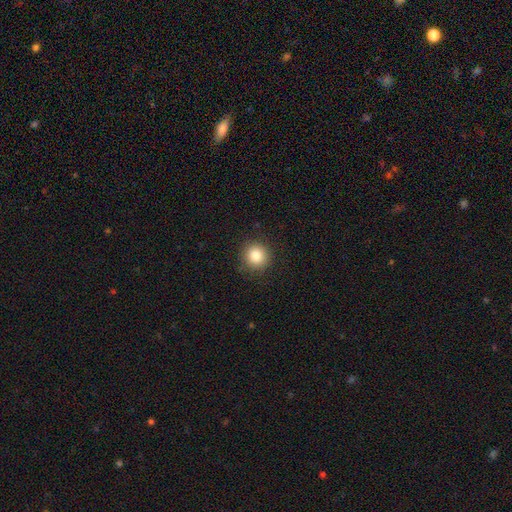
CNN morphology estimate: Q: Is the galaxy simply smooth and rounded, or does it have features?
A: smooth — 84%.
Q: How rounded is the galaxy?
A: round — 92%.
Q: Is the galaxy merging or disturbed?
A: none — 89%.